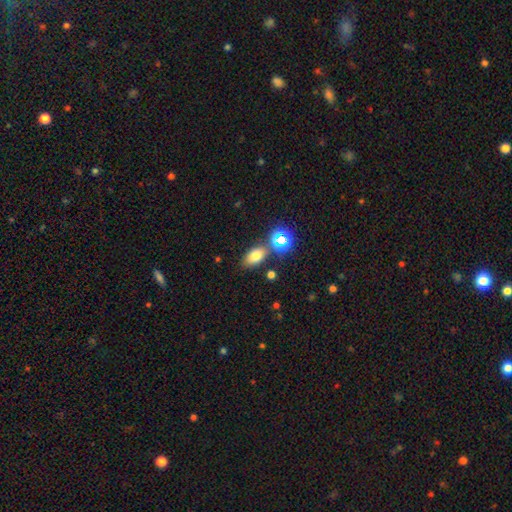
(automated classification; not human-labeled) The model was most divided on "smooth or featured": smooth: 69%, star or artifact: 18%, featured or disk: 12%. More confident: how rounded — in between (81%); merging — none (75%).